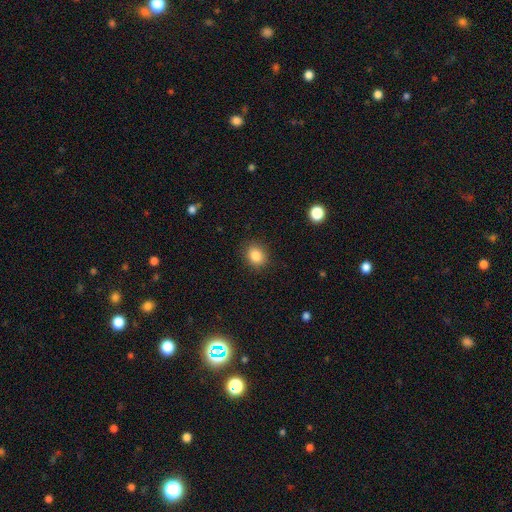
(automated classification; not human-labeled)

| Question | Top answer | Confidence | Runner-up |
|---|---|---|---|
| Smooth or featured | smooth | 85% | star or artifact (10%) |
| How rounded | round | 58% | in between (41%) |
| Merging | none | 88% | minor disturbance (9%) |